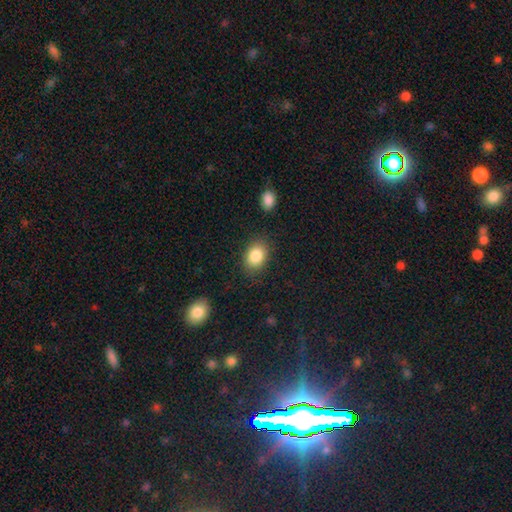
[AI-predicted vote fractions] Morphology: type=smooth (86%); roundness=in between (72%); merging=none (82%).